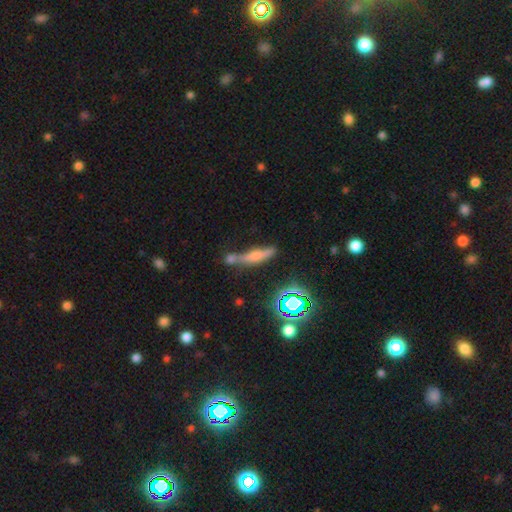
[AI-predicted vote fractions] A smooth galaxy with no disk features (42%). Merging: none (51%).